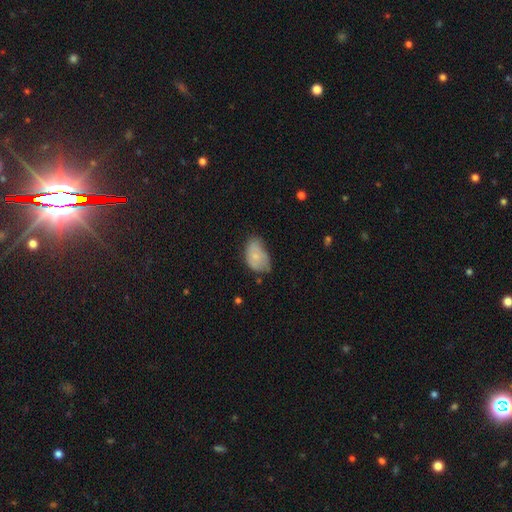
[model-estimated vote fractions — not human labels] This is likely a smooth galaxy (69%). How rounded: clearly in between (89%). Merging: marginally minor disturbance (43%).